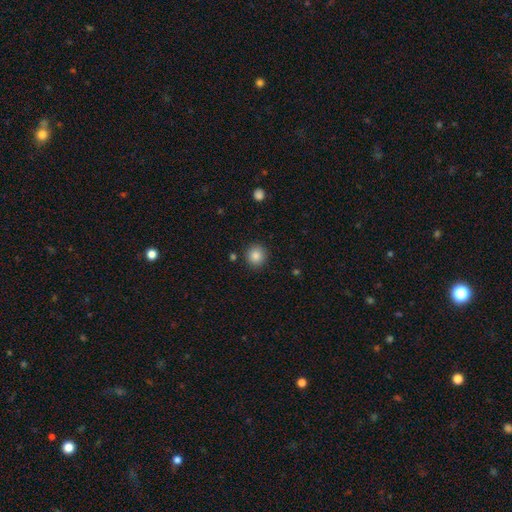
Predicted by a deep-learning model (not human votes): Smooth or featured? Predicted: smooth (p=0.85). How rounded? Predicted: round (p=0.92). Merging? Predicted: none (p=0.89).